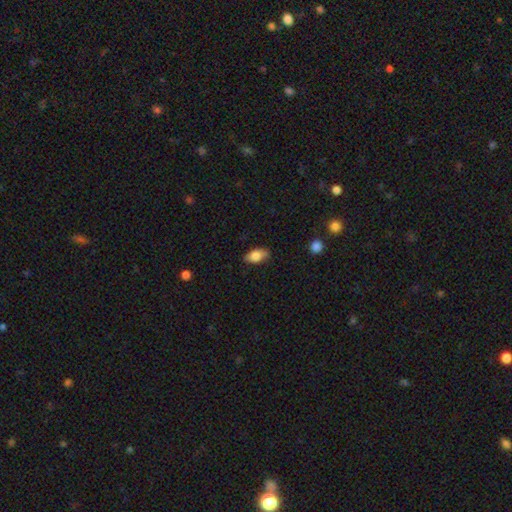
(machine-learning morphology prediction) Smooth or featured? Predicted: smooth (p=0.81). How rounded? Predicted: in between (p=0.90). Merging? Predicted: none (p=0.80).